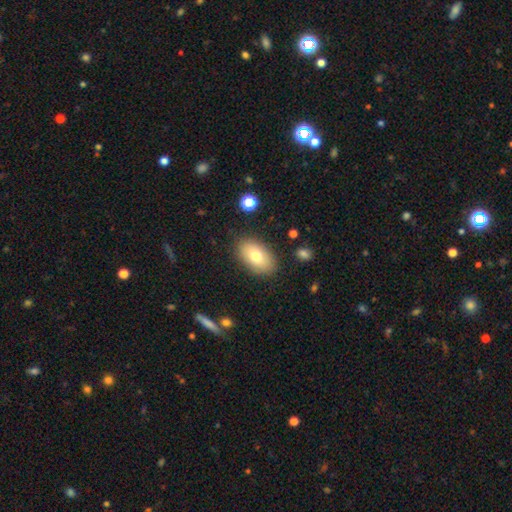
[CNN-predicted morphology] Smooth or featured?
  - smooth: 75% *
  - featured or disk: 17%
  - star or artifact: 8%
How rounded?
  - in between: 92% *
  - round: 7%
  - cigar-shaped: 2%
Merging?
  - none: 85% *
  - minor disturbance: 11%
  - major disturbance: 3%
  - merger: 2%